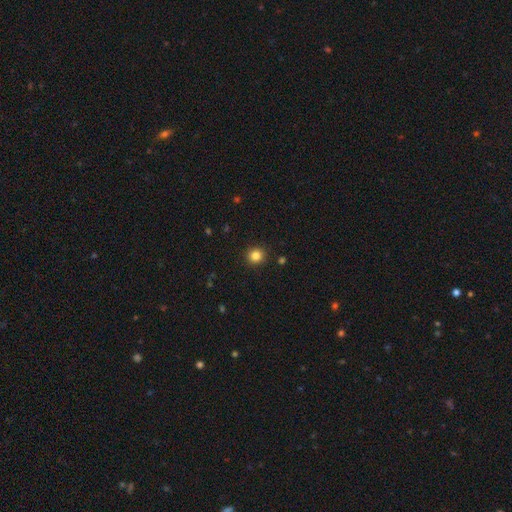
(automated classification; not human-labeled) Overall: smooth (83%). How rounded: round (92%). Merging: none (92%).